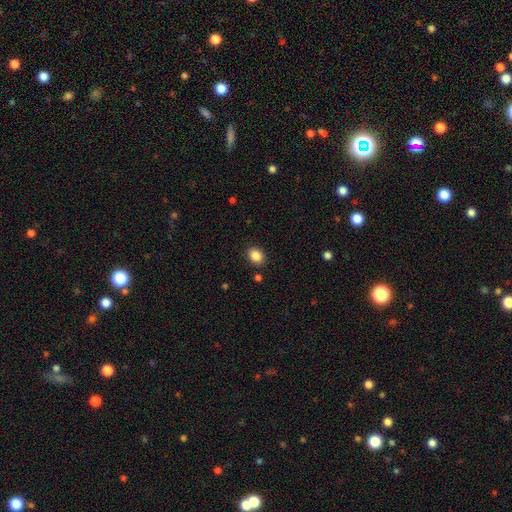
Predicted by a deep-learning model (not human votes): A smooth galaxy with no disk features (87%) that is round (51%). Merging: none (88%).